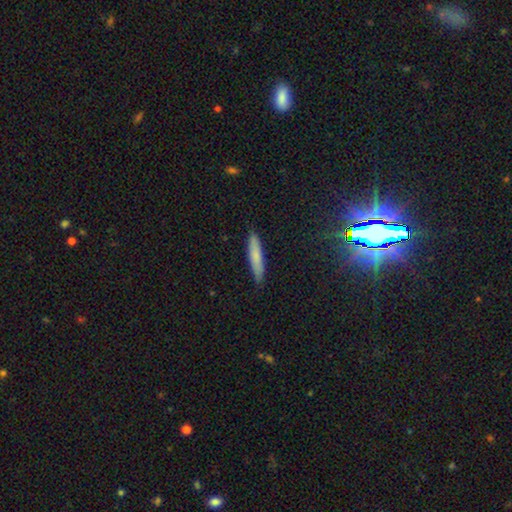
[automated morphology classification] type=smooth (75%); roundness=cigar-shaped (89%); merging=none (88%).